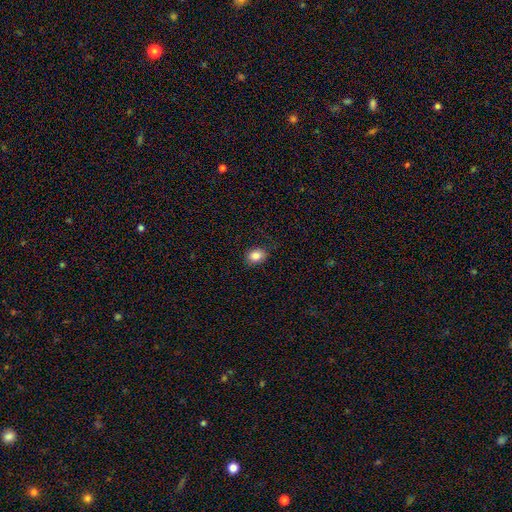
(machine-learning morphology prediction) A smooth galaxy with no disk features (85%) that is in between round and cigar-shaped (53%). Merging: none (82%).